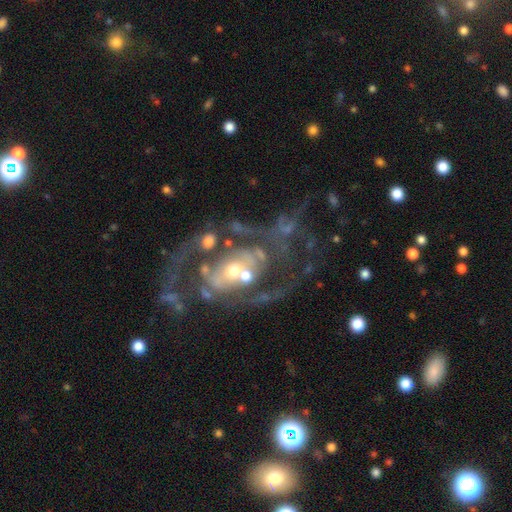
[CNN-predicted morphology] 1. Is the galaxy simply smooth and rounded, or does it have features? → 82% featured or disk, 10% smooth, 8% star or artifact.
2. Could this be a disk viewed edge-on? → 96% no, 4% yes.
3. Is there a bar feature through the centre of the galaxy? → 59% no, 25% weak, 15% strong.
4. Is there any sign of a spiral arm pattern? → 76% yes, 24% no.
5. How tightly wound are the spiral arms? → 43% medium, 31% loose, 26% tight.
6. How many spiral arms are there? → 57% 2, 20% can't tell, 9% 3, 7% 1, 4% 4, 4% more than 4.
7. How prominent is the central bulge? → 49% moderate, 41% small, 5% large, 2% none, 2% dominant.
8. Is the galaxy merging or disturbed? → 43% none, 28% major disturbance, 17% minor disturbance, 12% merger.